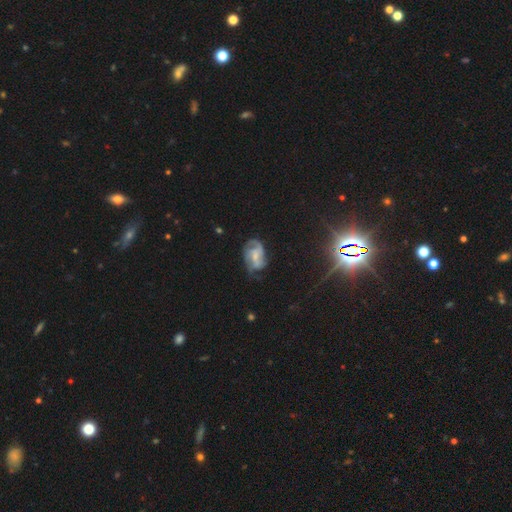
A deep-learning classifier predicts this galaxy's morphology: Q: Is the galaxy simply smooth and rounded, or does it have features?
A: featured or disk — 73%.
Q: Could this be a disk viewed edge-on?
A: no — 97%.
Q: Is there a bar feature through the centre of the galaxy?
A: no — 46%.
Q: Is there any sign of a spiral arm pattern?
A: yes — 89%.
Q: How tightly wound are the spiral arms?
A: medium — 47%.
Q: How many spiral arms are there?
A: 3 — 36%.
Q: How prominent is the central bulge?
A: small — 49%.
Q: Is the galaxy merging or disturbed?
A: none — 50%.